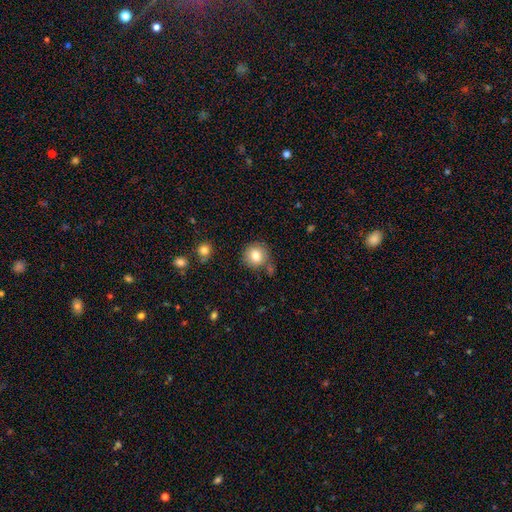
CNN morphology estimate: smooth 82%, star or artifact 9%, featured or disk 8%. Down the decision tree: how rounded — round (90%); merging — none (74%).